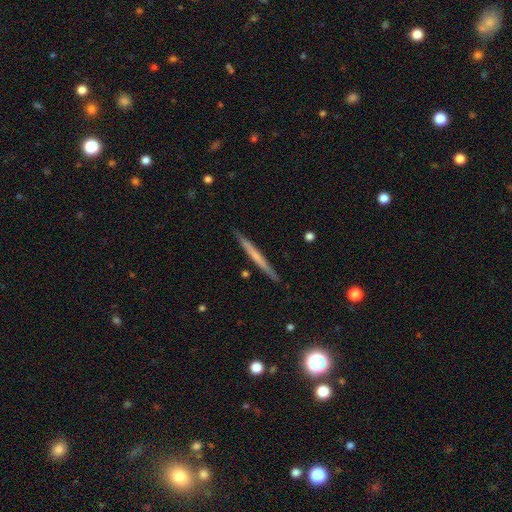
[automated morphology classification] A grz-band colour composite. It shows a featured or disk galaxy (48%). Merging: none (90%).